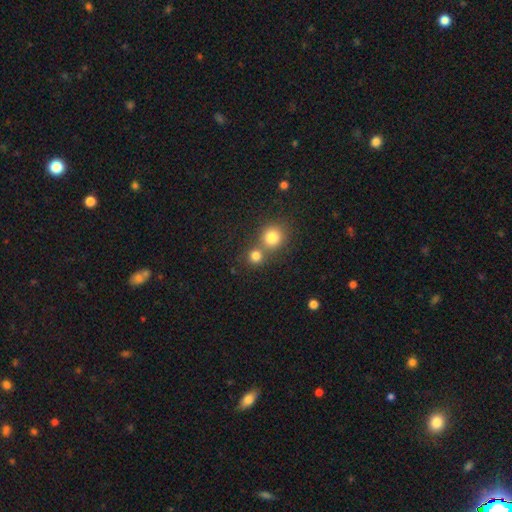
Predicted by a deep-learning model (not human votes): A smooth galaxy with no disk features (79%) that is round (88%). Merging: none (54%).